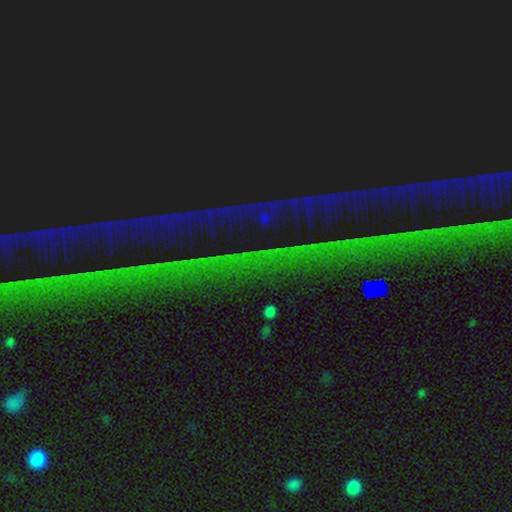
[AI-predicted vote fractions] Smooth or featured? Predicted: star or artifact (p=0.88).